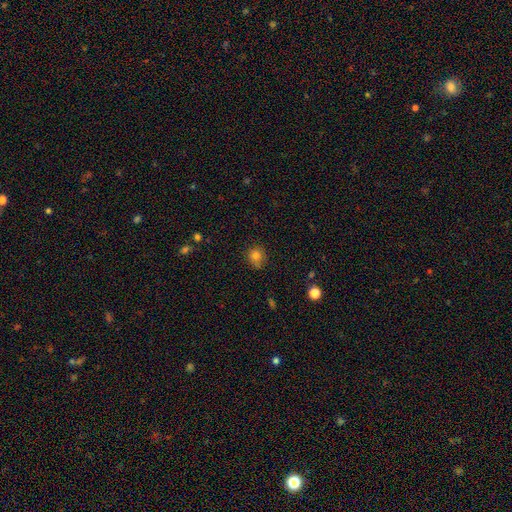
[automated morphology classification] smooth-or-featured: smooth: 79% | star or artifact: 13% | featured or disk: 7%
  how-rounded: round: 86% | in between: 13% | cigar-shaped: 1%
  merging: none: 76% | minor disturbance: 18% | major disturbance: 4% | merger: 2%